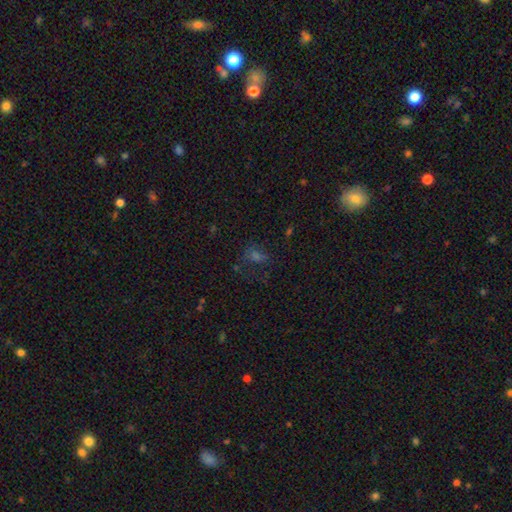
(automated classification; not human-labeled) Overall: smooth (45%; star or artifact 38%). Merging: none (56%; major disturbance 20%).